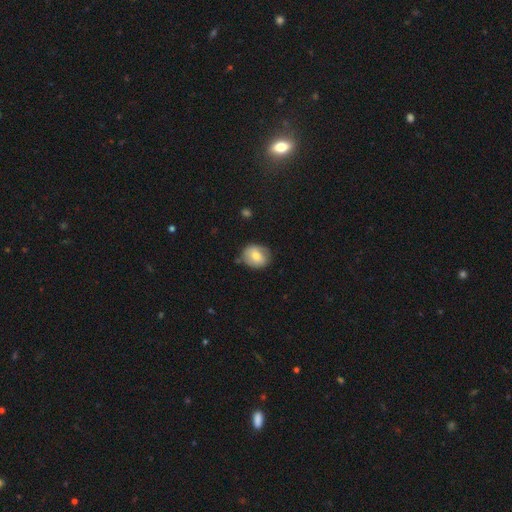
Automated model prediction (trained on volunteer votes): A smooth galaxy with no disk features (71%) that is round (63%). Merging: none (71%).